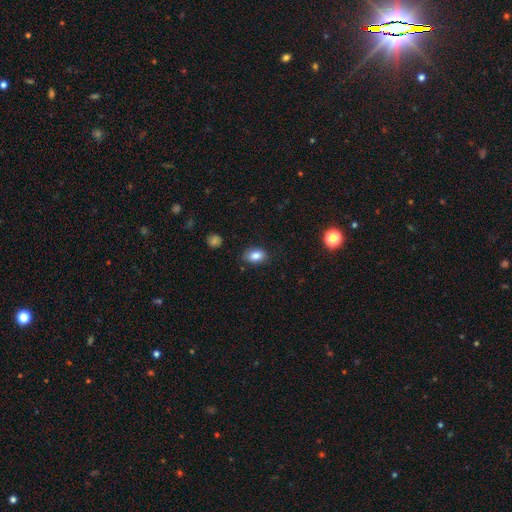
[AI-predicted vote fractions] The model was most divided on "how rounded": in between: 83%, round: 15%, cigar-shaped: 1%. More confident: smooth or featured — smooth (84%); merging — none (82%).